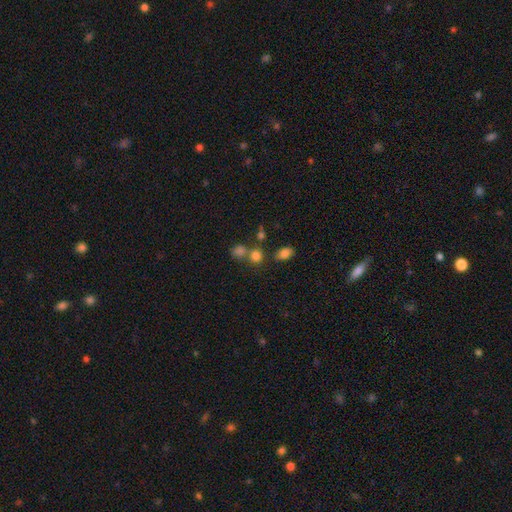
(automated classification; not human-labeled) Smooth or featured?
  - smooth: 78% *
  - star or artifact: 15%
  - featured or disk: 7%
How rounded?
  - round: 75% *
  - in between: 24%
  - cigar-shaped: 1%
Merging?
  - none: 57% *
  - merger: 30%
  - minor disturbance: 9%
  - major disturbance: 4%